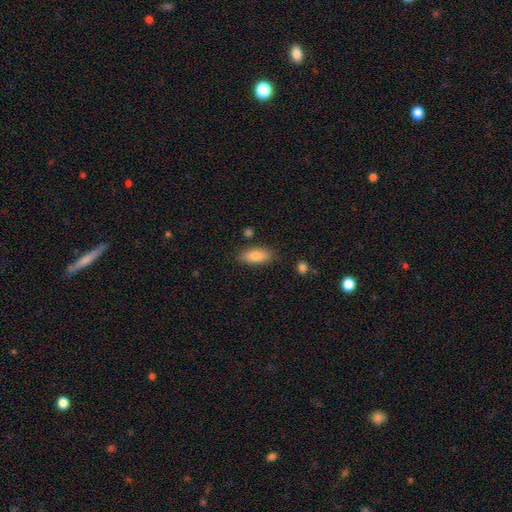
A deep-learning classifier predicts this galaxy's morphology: Smooth or featured?
  - smooth: 84% *
  - featured or disk: 9%
  - star or artifact: 7%
How rounded?
  - in between: 77% *
  - cigar-shaped: 21%
  - round: 2%
Merging?
  - none: 83% *
  - minor disturbance: 12%
  - major disturbance: 3%
  - merger: 3%